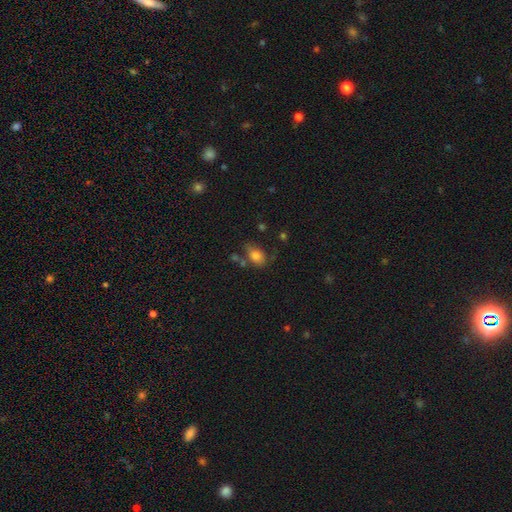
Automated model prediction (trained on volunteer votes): Smooth or featured: smooth — 78% (featured or disk — 12%)
How rounded: in between — 81% (round — 18%)
Merging: none — 55% (minor disturbance — 22%)